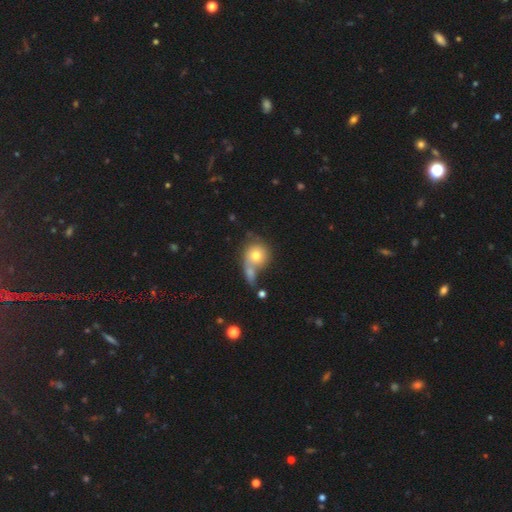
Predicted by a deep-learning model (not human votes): Q: Smooth or featured?
A: smooth (71%); runner-up: featured or disk (20%)
Q: How rounded?
A: round (82%); runner-up: in between (16%)
Q: Merging?
A: merger (46%); runner-up: none (32%)